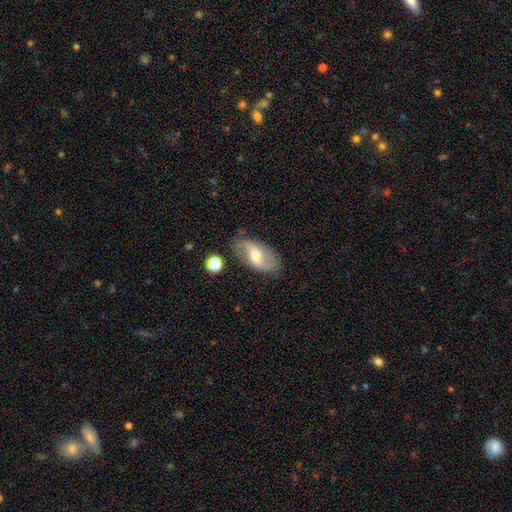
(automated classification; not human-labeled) Q: Smooth or featured?
A: featured or disk (68%); runner-up: smooth (25%)
Q: Edge-on disk?
A: no (93%); runner-up: yes (7%)
Q: Bar?
A: weak (46%); runner-up: no (29%)
Q: Spiral arms?
A: yes (84%); runner-up: no (16%)
Q: Spiral winding?
A: loose (51%); runner-up: medium (36%)
Q: Spiral arm count?
A: 2 (87%); runner-up: can't tell (7%)
Q: Bulge size?
A: moderate (64%); runner-up: small (27%)
Q: Merging?
A: none (79%); runner-up: minor disturbance (15%)